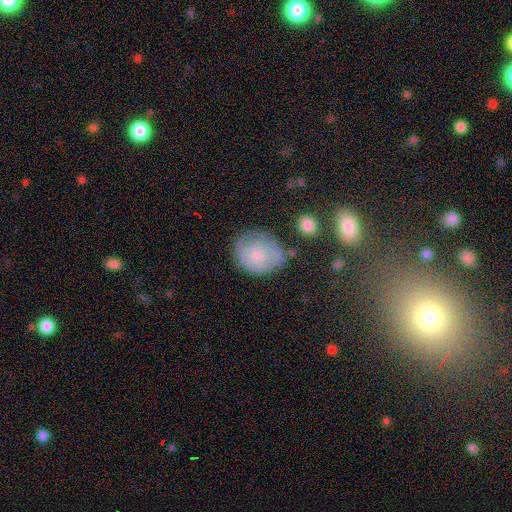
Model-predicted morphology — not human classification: smooth_or_featured: smooth (p=0.46) [tied with: featured or disk p=0.46]
merging: none (p=0.64) [alt: minor disturbance p=0.24]